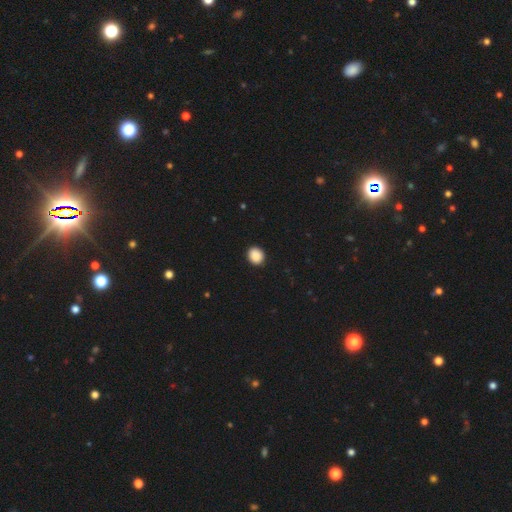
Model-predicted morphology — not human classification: This appears to be a smooth galaxy with no disk features (89%) that is round (73%). Merging: none (92%).